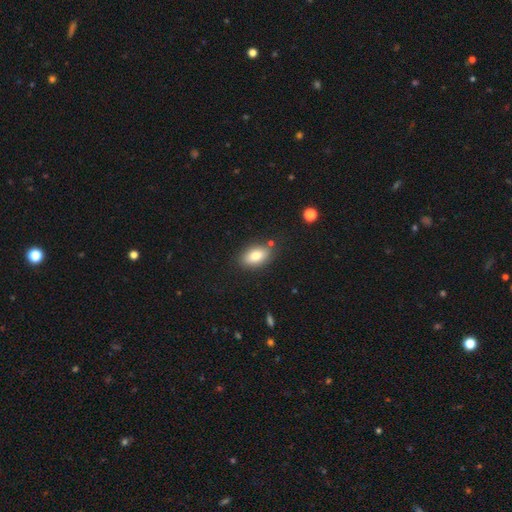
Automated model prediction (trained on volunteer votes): Q: Smooth or featured?
A: smooth (80%); runner-up: featured or disk (12%)
Q: How rounded?
A: in between (90%); runner-up: round (7%)
Q: Merging?
A: none (81%); runner-up: minor disturbance (12%)